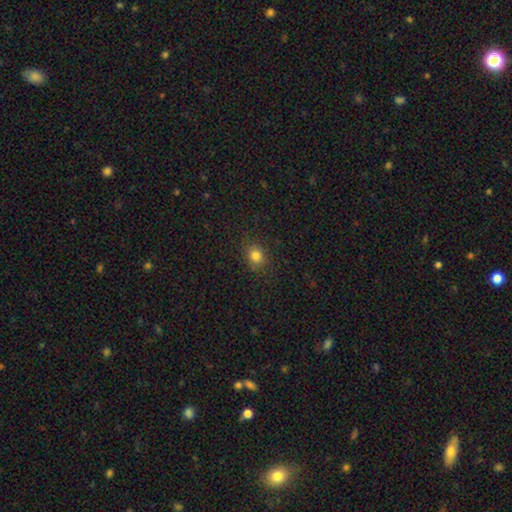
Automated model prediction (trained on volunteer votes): A smooth galaxy with no disk features (81%) that is round (69%).

Vote fractions:
- Smooth or featured? smooth: 81% / star or artifact: 13% / featured or disk: 5%
- How rounded? round: 69% / in between: 30% / cigar-shaped: 1%
- Merging? none: 85% / minor disturbance: 11% / major disturbance: 3% / merger: 1%